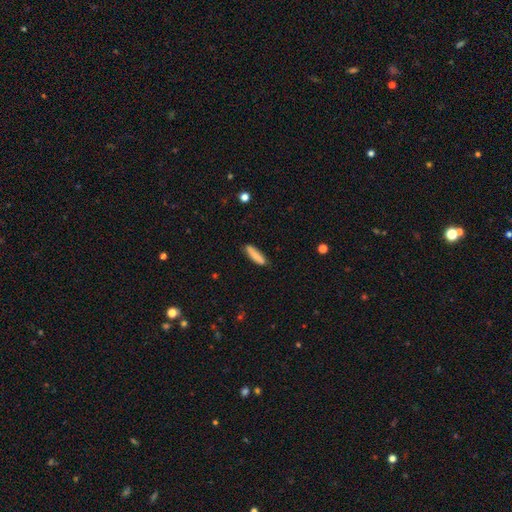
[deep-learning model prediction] smooth-or-featured: smooth: 83% | featured or disk: 11% | star or artifact: 6%
  how-rounded: cigar-shaped: 77% | in between: 21% | round: 1%
  merging: none: 84% | minor disturbance: 13% | major disturbance: 2% | merger: 2%